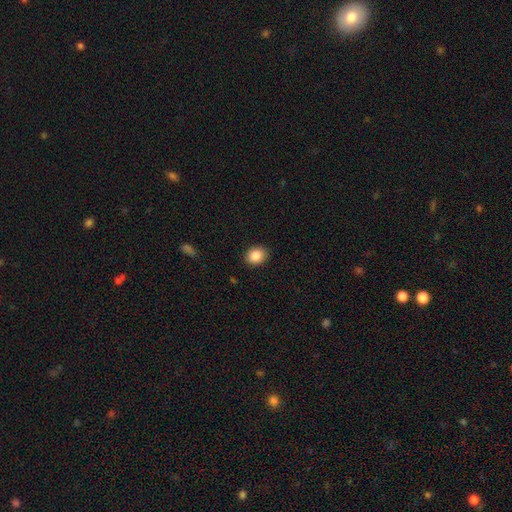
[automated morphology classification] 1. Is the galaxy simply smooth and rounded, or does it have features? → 87% smooth, 9% star or artifact, 5% featured or disk.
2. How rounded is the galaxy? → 53% round, 46% in between, 1% cigar-shaped.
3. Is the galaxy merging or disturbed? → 90% none, 7% minor disturbance, 2% major disturbance, 1% merger.